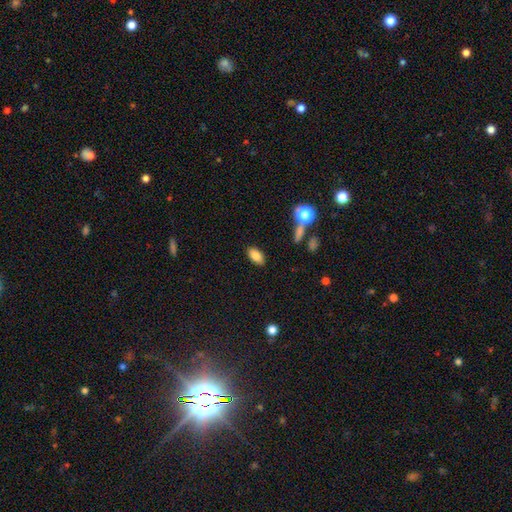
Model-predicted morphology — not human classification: This appears to be a smooth galaxy with no disk features (83%) that is in between round and cigar-shaped (91%). Merging: none (86%).